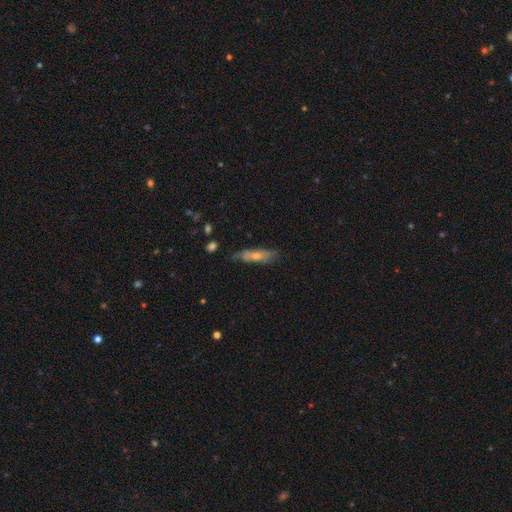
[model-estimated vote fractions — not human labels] This is possibly a smooth galaxy (58%). How rounded: likely cigar-shaped (64%). Merging: likely none (63%).